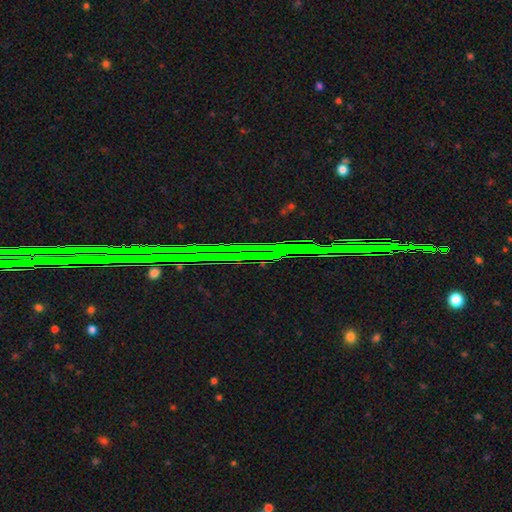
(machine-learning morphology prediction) smooth-or-featured: star or artifact: 77% | featured or disk: 12% | smooth: 11%